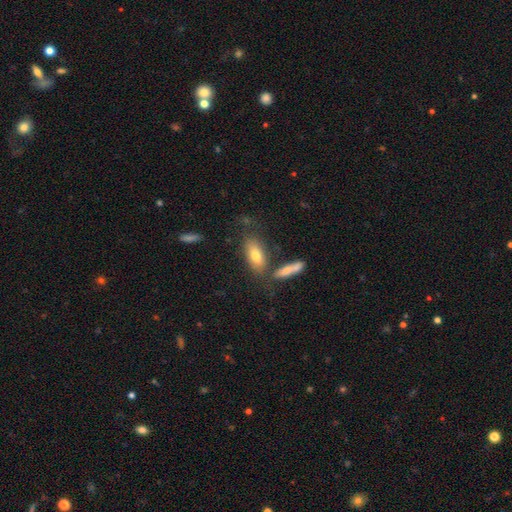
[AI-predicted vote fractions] Smooth or featured? smooth (73%)
How rounded? in between (79%)
Merging? none (64%)